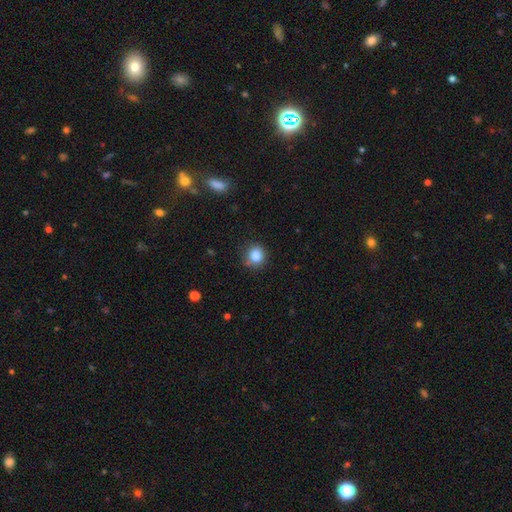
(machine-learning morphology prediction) smooth_or_featured: smooth (p=0.85) [alt: star or artifact p=0.10]
how_rounded: round (p=0.83) [alt: in between p=0.17]
merging: none (p=0.79) [alt: minor disturbance p=0.16]